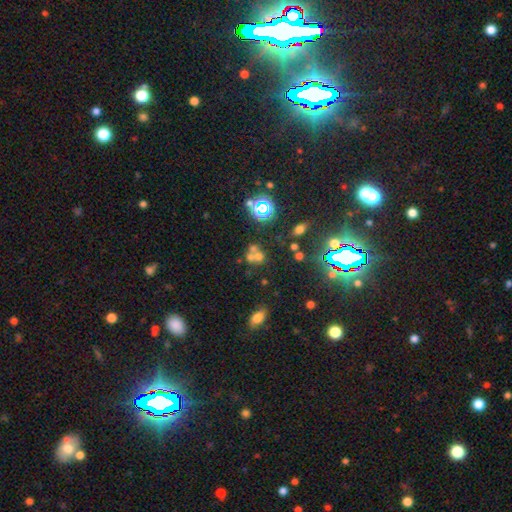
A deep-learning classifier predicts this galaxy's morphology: The model was most divided on "merging": merger: 51%, none: 36%, minor disturbance: 8%, major disturbance: 5%. Remaining: smooth or featured — smooth (48%).